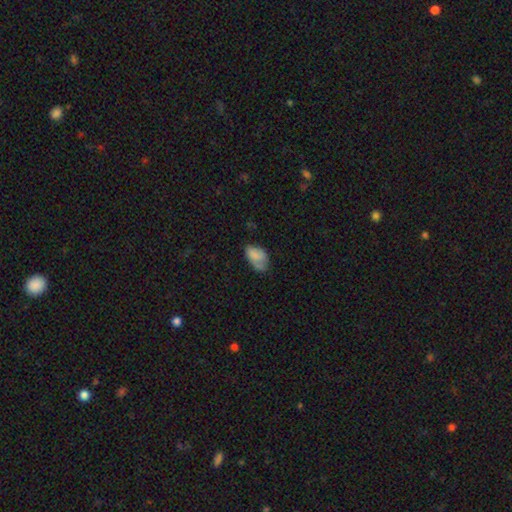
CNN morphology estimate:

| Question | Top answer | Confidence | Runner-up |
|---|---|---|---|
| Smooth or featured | smooth | 75% | featured or disk (16%) |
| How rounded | in between | 91% | round (7%) |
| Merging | none | 43% | minor disturbance (36%) |